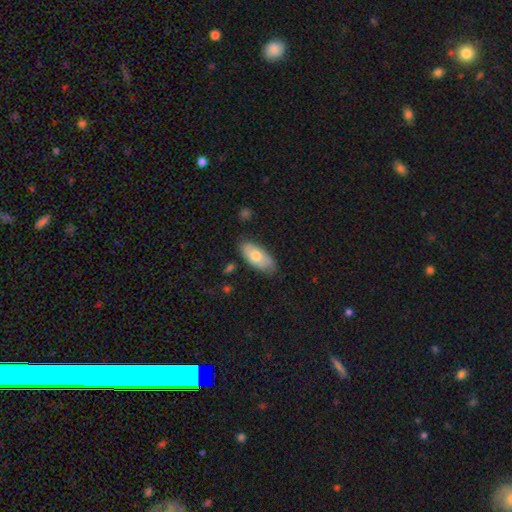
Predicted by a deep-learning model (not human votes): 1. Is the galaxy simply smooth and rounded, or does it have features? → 72% smooth, 22% featured or disk, 6% star or artifact.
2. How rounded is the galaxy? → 91% in between, 6% cigar-shaped, 2% round.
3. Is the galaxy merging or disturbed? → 74% none, 20% minor disturbance, 3% major disturbance, 2% merger.